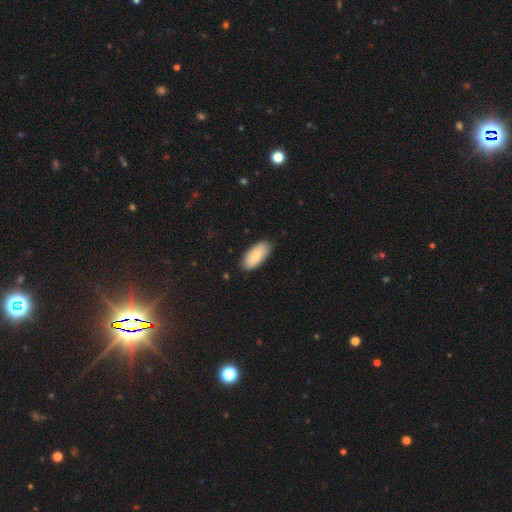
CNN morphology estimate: This appears to be a smooth galaxy with no disk features (83%) that is in between round and cigar-shaped (92%). Merging: none (86%).